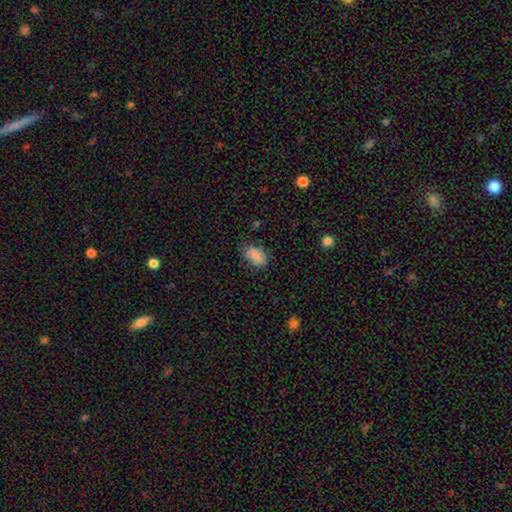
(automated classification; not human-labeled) Smooth or featured: smooth — 85% (featured or disk — 8%)
How rounded: in between — 89% (round — 10%)
Merging: none — 70% (minor disturbance — 23%)